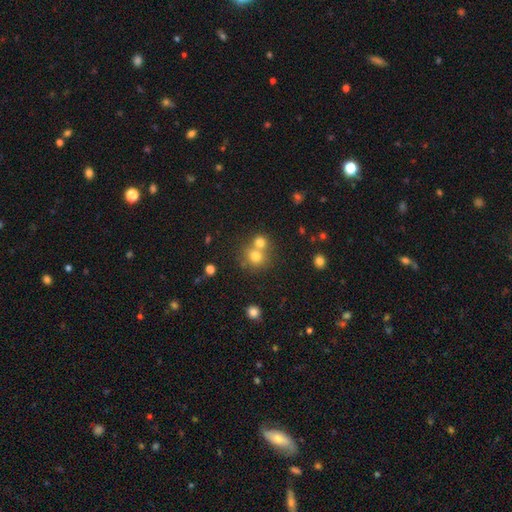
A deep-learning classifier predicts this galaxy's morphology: This is likely a smooth galaxy (74%). How rounded: clearly round (87%). Merging: possibly none (50%).